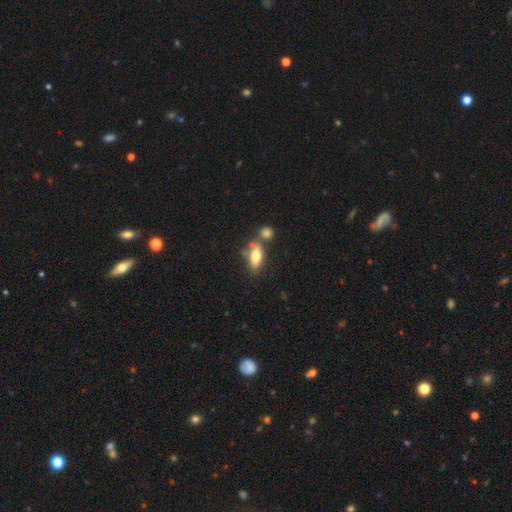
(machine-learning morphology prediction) Smooth or featured? Predicted: smooth (p=0.73). How rounded? Predicted: in between (p=0.77). Merging? Predicted: none (p=0.54).